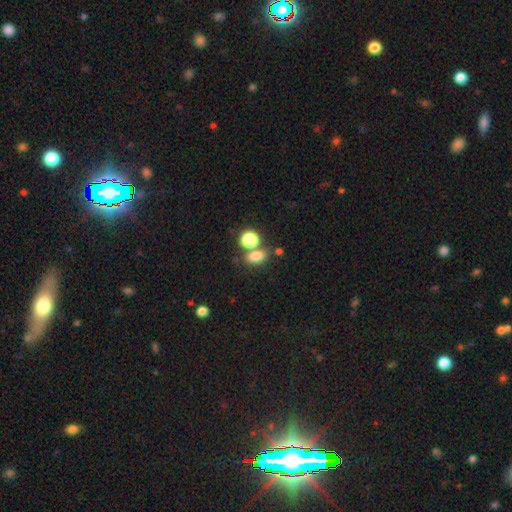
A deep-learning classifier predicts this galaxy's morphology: type=smooth (79%); roundness=in between (74%); merging=none (58%).